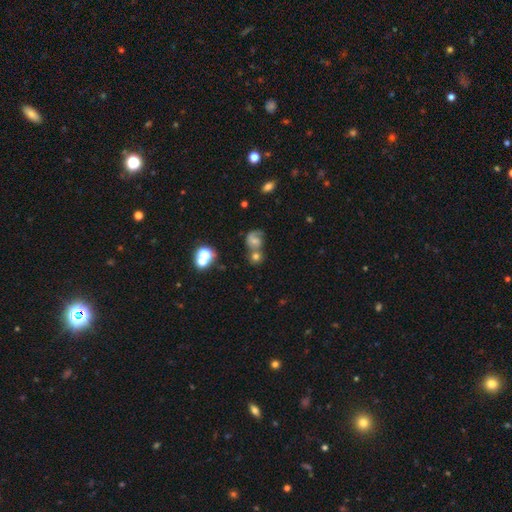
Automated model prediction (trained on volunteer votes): The model was most divided on "merging": none: 42%, merger: 36%, minor disturbance: 12%, major disturbance: 9%. Remaining: smooth or featured — smooth (44%).